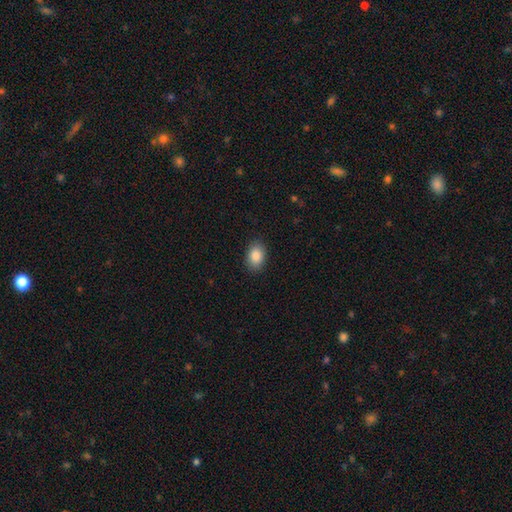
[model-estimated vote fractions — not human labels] A smooth galaxy with no disk features (88%) that is in between round and cigar-shaped (82%).

Vote fractions:
- Smooth or featured? smooth: 88% / star or artifact: 8% / featured or disk: 5%
- How rounded? in between: 82% / round: 17% / cigar-shaped: 1%
- Merging? none: 89% / minor disturbance: 8% / major disturbance: 2% / merger: 1%